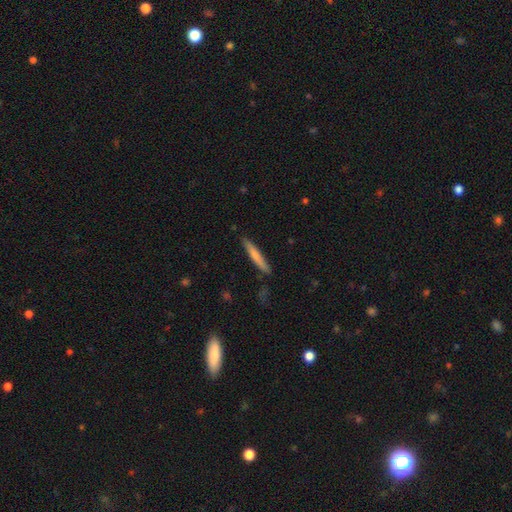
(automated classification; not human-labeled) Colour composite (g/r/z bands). It shows a smooth galaxy with no disk features (68%) that is cigar-shaped (94%). Merging: none (87%).